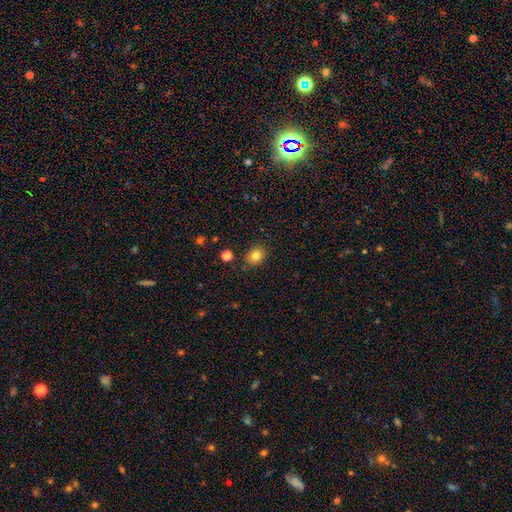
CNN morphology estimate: Smooth or featured? smooth (82%)
How rounded? round (62%)
Merging? none (84%)